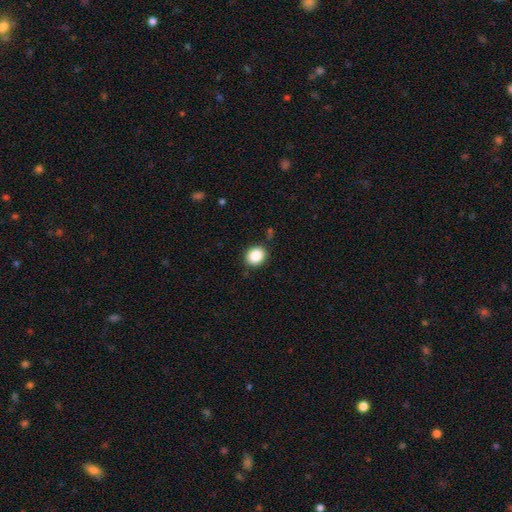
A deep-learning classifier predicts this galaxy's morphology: Q: Smooth or featured?
A: smooth (87%); runner-up: star or artifact (9%)
Q: How rounded?
A: round (63%); runner-up: in between (36%)
Q: Merging?
A: none (87%); runner-up: minor disturbance (9%)